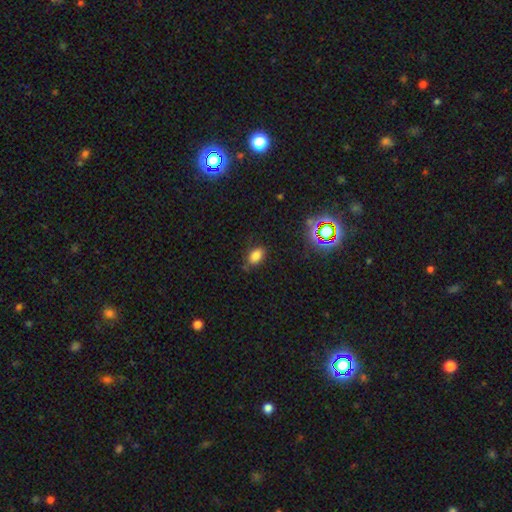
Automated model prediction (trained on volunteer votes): A smooth galaxy with no disk features (79%) that is in between round and cigar-shaped (87%).

Vote fractions:
- Smooth or featured? smooth: 79% / star or artifact: 14% / featured or disk: 6%
- How rounded? in between: 87% / round: 11% / cigar-shaped: 2%
- Merging? none: 78% / minor disturbance: 15% / major disturbance: 4% / merger: 2%